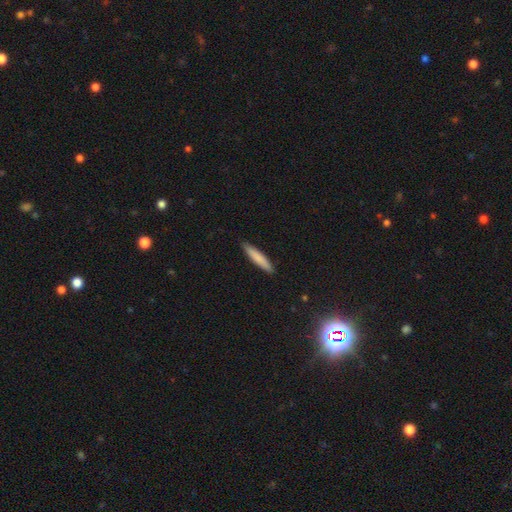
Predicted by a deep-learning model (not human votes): smooth_or_featured: smooth (p=0.81) [alt: featured or disk p=0.13]
how_rounded: cigar-shaped (p=0.92) [alt: in between p=0.07]
merging: none (p=0.91) [alt: minor disturbance p=0.07]